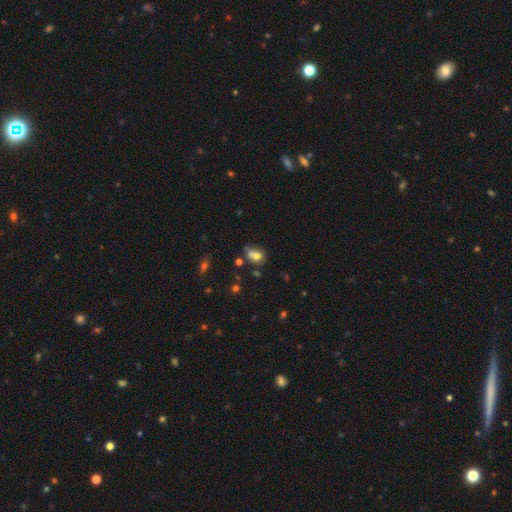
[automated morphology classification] smooth-or-featured: smooth: 71% | featured or disk: 17% | star or artifact: 12%
  how-rounded: in between: 60% | round: 39% | cigar-shaped: 1%
  merging: none: 44% | minor disturbance: 25% | merger: 21% | major disturbance: 9%